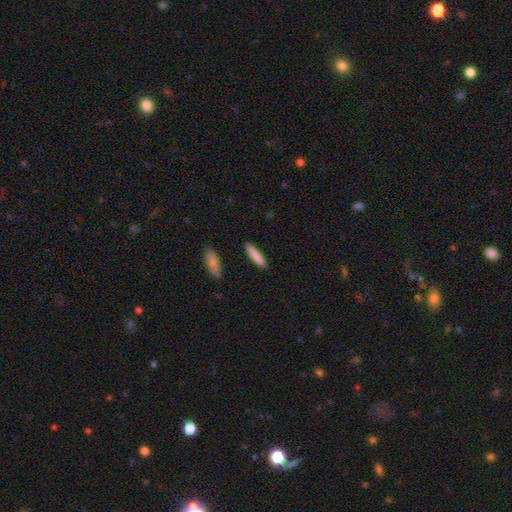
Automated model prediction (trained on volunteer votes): Overall: smooth (86%). How rounded: cigar-shaped (80%). Merging: none (89%).